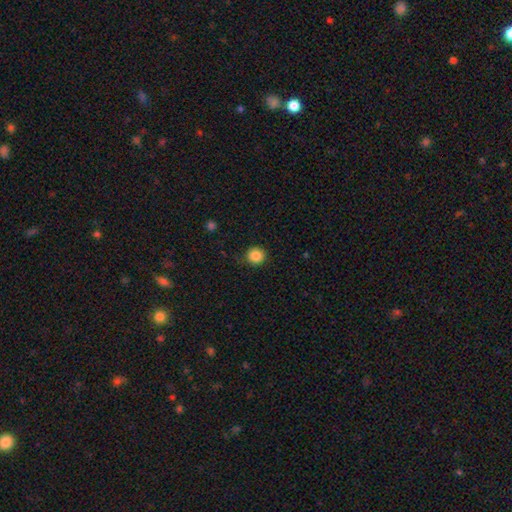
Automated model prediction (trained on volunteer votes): Smooth or featured: smooth — 86% (star or artifact — 10%)
How rounded: round — 92% (in between — 7%)
Merging: none — 88% (minor disturbance — 9%)